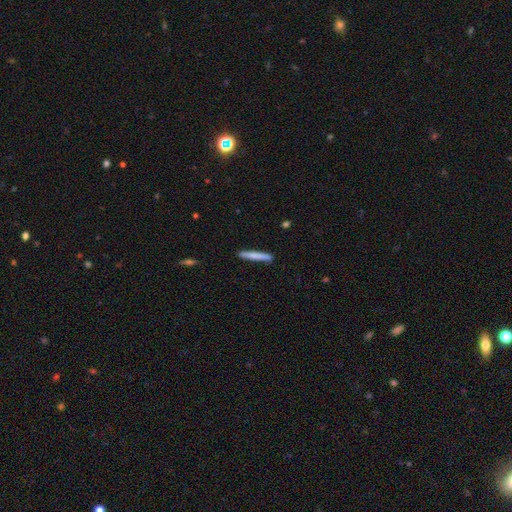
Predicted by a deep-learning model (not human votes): Morphology: type=smooth (74%); roundness=cigar-shaped (96%); merging=none (90%).